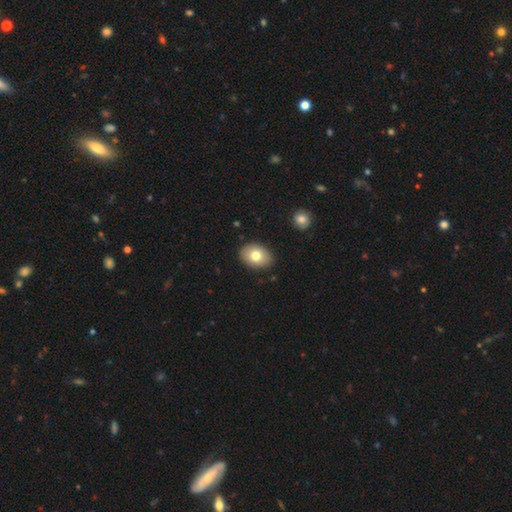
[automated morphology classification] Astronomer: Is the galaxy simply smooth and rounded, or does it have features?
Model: smooth — 77%.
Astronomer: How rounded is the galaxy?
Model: in between — 79%.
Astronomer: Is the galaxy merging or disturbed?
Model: none — 87%.